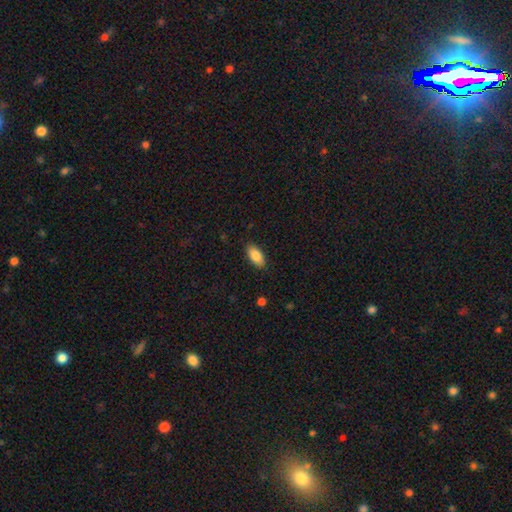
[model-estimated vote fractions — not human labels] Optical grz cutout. It shows a smooth galaxy with no disk features (86%) that is in between round and cigar-shaped (91%). Merging: none (88%).